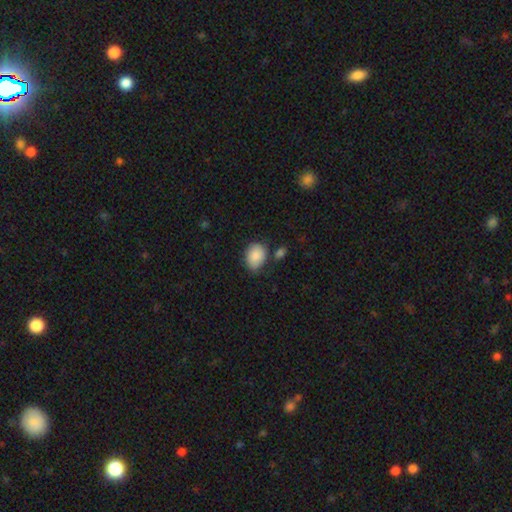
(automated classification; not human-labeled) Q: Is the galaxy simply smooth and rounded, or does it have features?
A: smooth — 88%.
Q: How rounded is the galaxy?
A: in between — 66%.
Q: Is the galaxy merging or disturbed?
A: none — 64%.